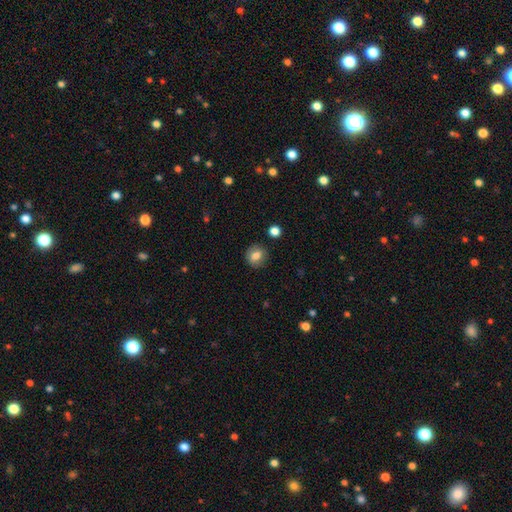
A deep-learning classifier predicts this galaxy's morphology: This appears to be a smooth galaxy with no disk features (79%) that is round (80%). Merging: none (87%).